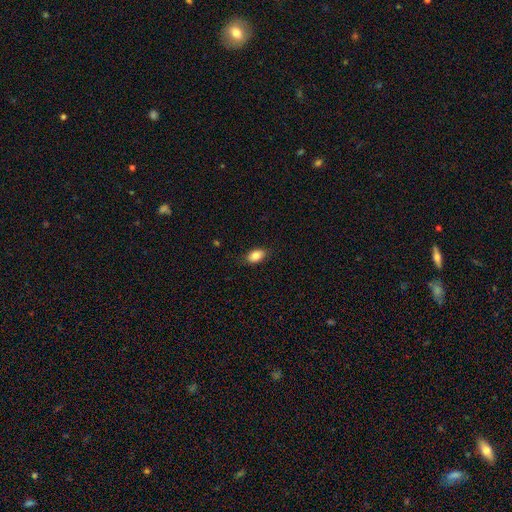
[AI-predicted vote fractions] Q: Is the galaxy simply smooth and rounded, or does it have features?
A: smooth — 85%.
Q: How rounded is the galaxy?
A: in between — 89%.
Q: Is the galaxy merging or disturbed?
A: none — 84%.